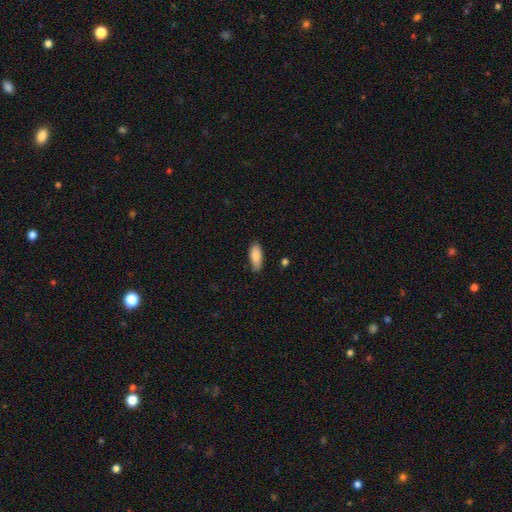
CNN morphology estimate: Overall: smooth (87%). How rounded: in between (81%). Merging: none (76%).